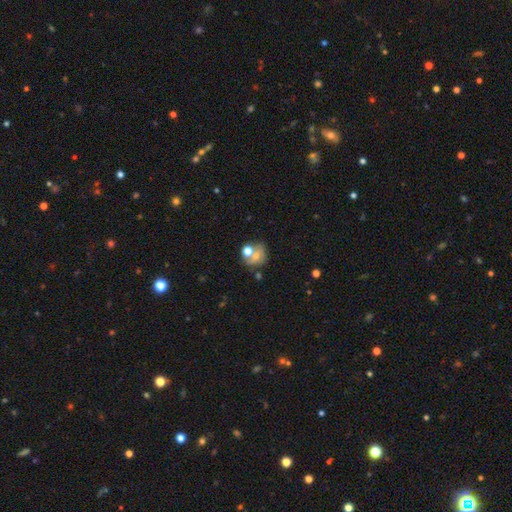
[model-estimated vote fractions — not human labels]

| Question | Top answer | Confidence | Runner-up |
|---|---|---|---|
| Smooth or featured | smooth | 60% | featured or disk (25%) |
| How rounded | round | 69% | in between (30%) |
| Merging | none | 43% | merger (29%) |